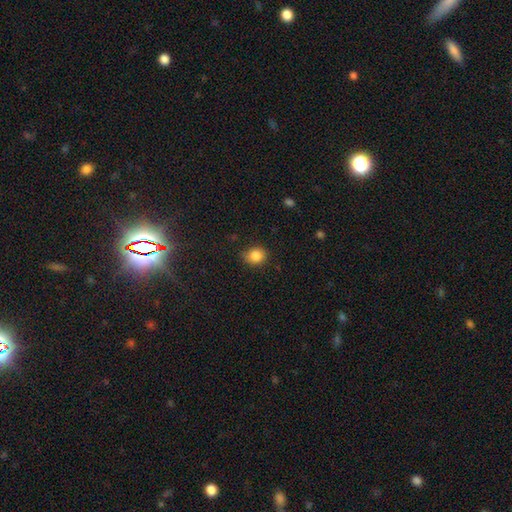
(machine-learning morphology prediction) Overall: smooth (85%). How rounded: round (68%; in between 31%). Merging: none (77%).